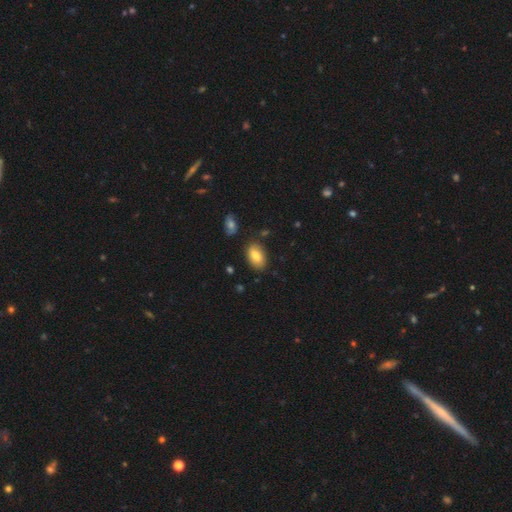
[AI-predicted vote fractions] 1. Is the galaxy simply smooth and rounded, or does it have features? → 81% smooth, 12% featured or disk, 7% star or artifact.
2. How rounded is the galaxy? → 93% in between, 5% round, 3% cigar-shaped.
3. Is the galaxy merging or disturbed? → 82% none, 13% minor disturbance, 3% major disturbance, 3% merger.